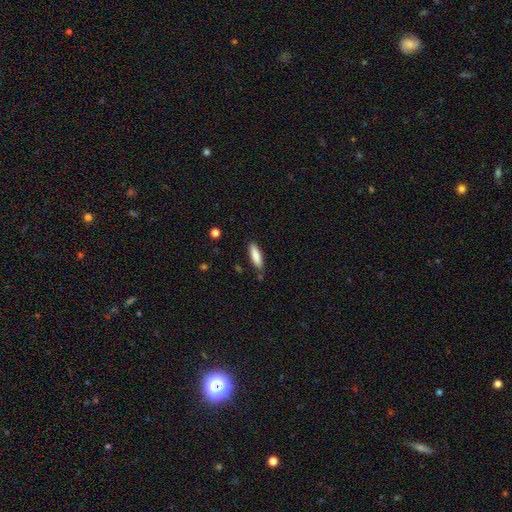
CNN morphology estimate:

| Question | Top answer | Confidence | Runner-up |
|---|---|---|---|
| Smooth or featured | smooth | 84% | featured or disk (10%) |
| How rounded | cigar-shaped | 63% | in between (36%) |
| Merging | none | 82% | minor disturbance (13%) |